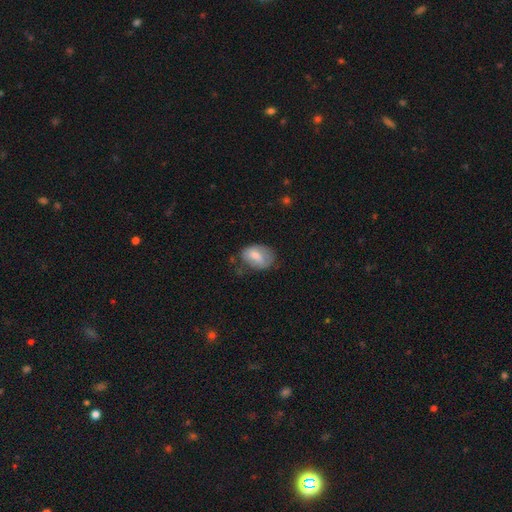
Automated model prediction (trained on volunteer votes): A smooth galaxy with no disk features (69%) that is in between round and cigar-shaped (83%).

Vote fractions:
- Smooth or featured? smooth: 69% / featured or disk: 24% / star or artifact: 7%
- How rounded? in between: 83% / round: 16% / cigar-shaped: 2%
- Merging? none: 52% / minor disturbance: 33% / major disturbance: 13% / merger: 2%